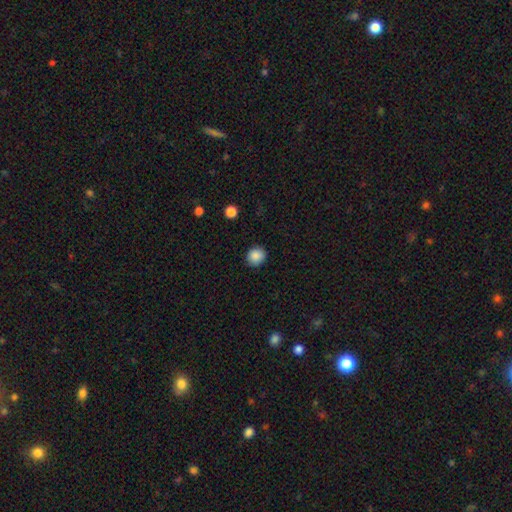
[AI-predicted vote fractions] Smooth or featured?
  - smooth: 88% *
  - star or artifact: 9%
  - featured or disk: 3%
How rounded?
  - round: 81% *
  - in between: 18%
  - cigar-shaped: 1%
Merging?
  - none: 89% *
  - minor disturbance: 8%
  - major disturbance: 2%
  - merger: 1%